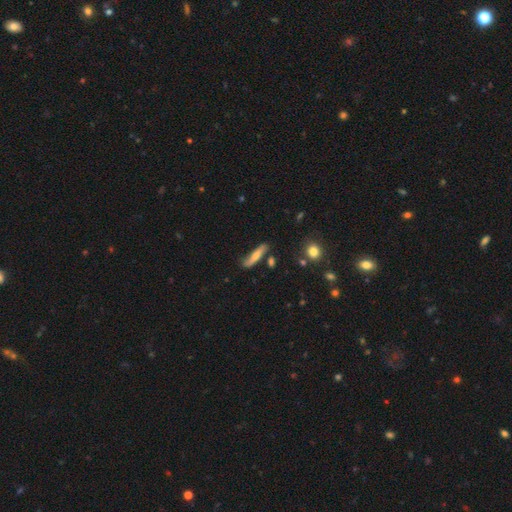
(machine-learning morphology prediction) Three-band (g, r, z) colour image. It shows a smooth galaxy with no disk features (57%) that is cigar-shaped (82%). Merging: none (74%).